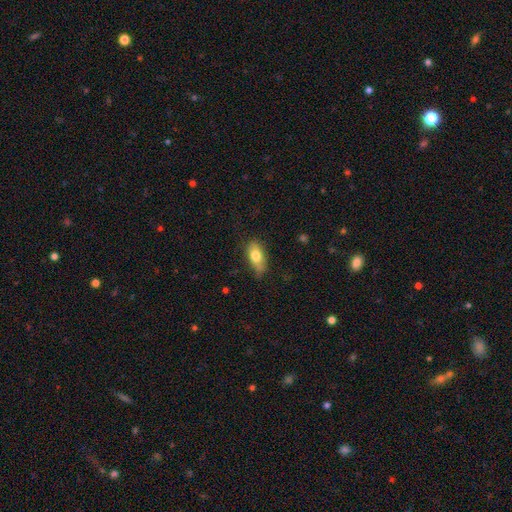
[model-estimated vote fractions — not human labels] Smooth or featured? smooth (76%)
How rounded? in between (85%)
Merging? none (63%)